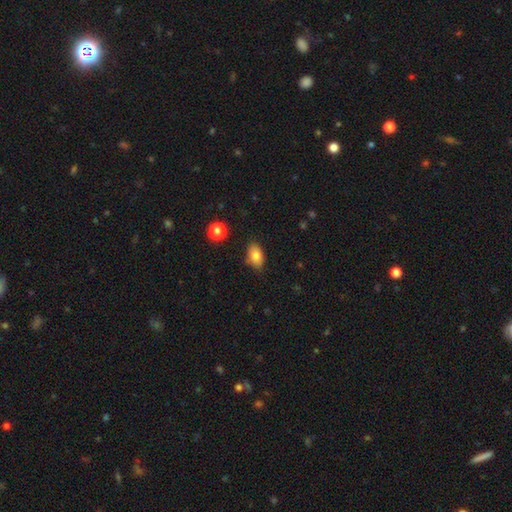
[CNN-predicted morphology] Smooth or featured?
  - smooth: 80% *
  - featured or disk: 11%
  - star or artifact: 9%
How rounded?
  - in between: 86% *
  - round: 12%
  - cigar-shaped: 2%
Merging?
  - none: 80% *
  - minor disturbance: 15%
  - major disturbance: 3%
  - merger: 2%